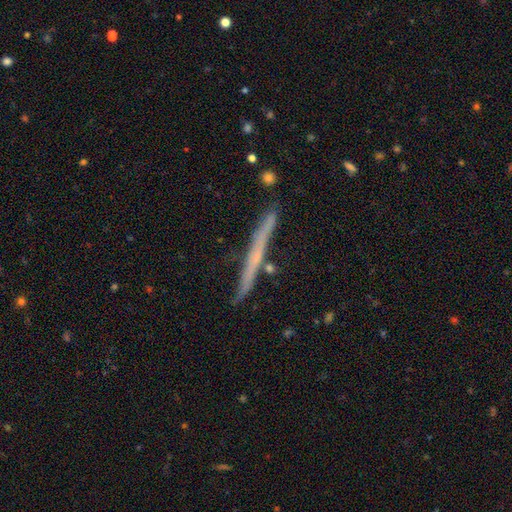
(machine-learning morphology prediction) Smooth or featured: featured or disk — 57% (smooth — 36%)
Edge-on disk: yes — 97% (no — 3%)
Edge-on bulge: none — 83% (rounded — 13%)
Merging: none — 86% (minor disturbance — 10%)